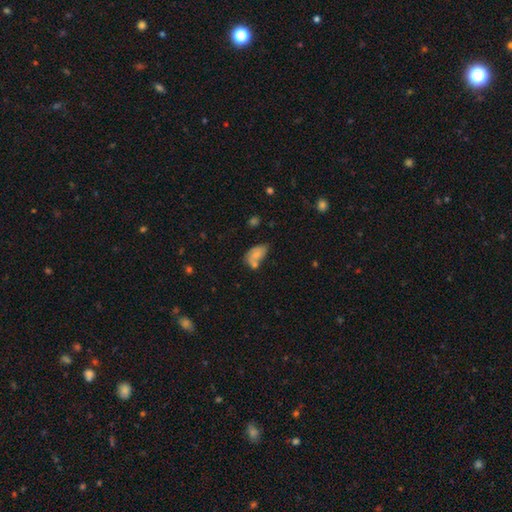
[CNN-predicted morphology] Smooth or featured?
  - smooth: 64% *
  - featured or disk: 26%
  - star or artifact: 10%
How rounded?
  - in between: 90% *
  - round: 8%
  - cigar-shaped: 2%
Merging?
  - none: 32% * (tied)
  - merger: 32% * (tied)
  - minor disturbance: 24%
  - major disturbance: 12%